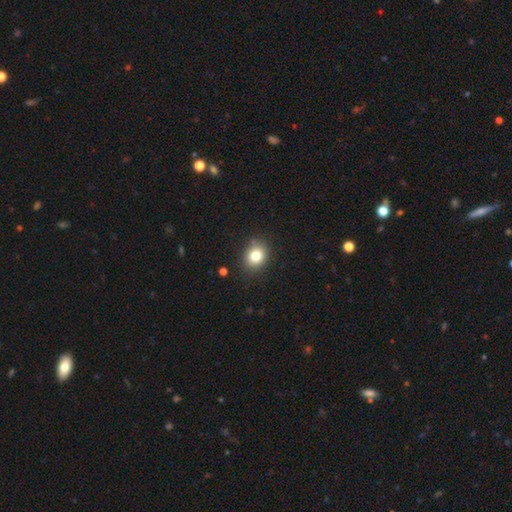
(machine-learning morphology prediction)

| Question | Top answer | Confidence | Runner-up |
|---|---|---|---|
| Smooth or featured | smooth | 80% | star or artifact (11%) |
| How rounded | round | 56% | in between (43%) |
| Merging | none | 85% | minor disturbance (11%) |